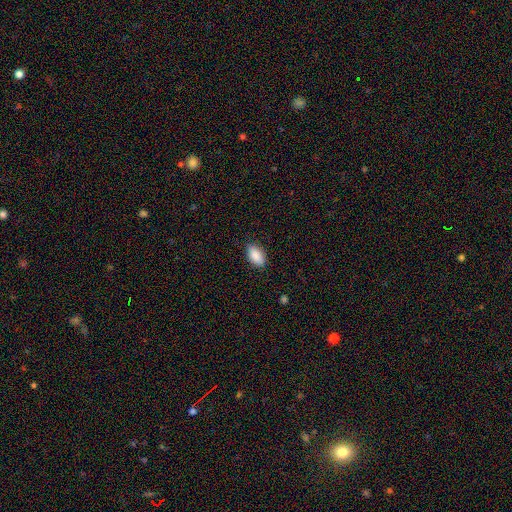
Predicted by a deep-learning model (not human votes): smooth_or_featured: smooth (p=0.89) [alt: star or artifact p=0.07]
how_rounded: in between (p=0.92) [alt: cigar-shaped p=0.04]
merging: none (p=0.85) [alt: minor disturbance p=0.11]